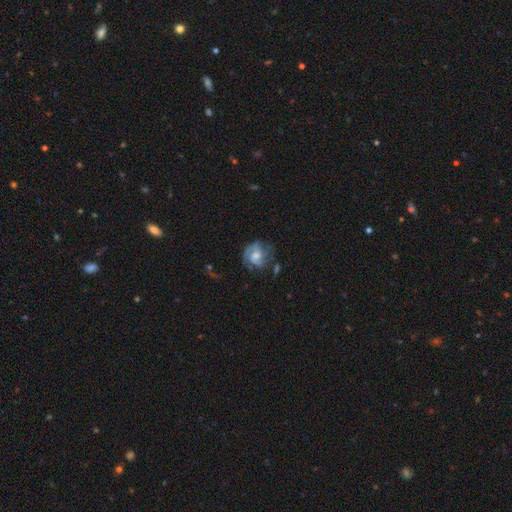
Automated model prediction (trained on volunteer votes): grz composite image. It shows a featured or disk galaxy (77%) with no bar (53%), 2 (53%) medium (44%) spiral arms (93%) and a moderate central bulge (59%). Merging: none (63%).